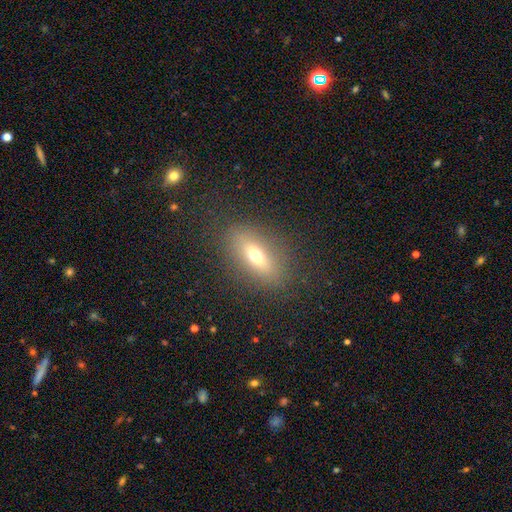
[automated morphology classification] A smooth galaxy with no disk features (57%) that is in between round and cigar-shaped (68%).

Vote fractions:
- Smooth or featured? smooth: 57% / featured or disk: 28% / star or artifact: 14%
- How rounded? in between: 68% / cigar-shaped: 18% / round: 14%
- Merging? none: 85% / minor disturbance: 9% / major disturbance: 5% / merger: 1%